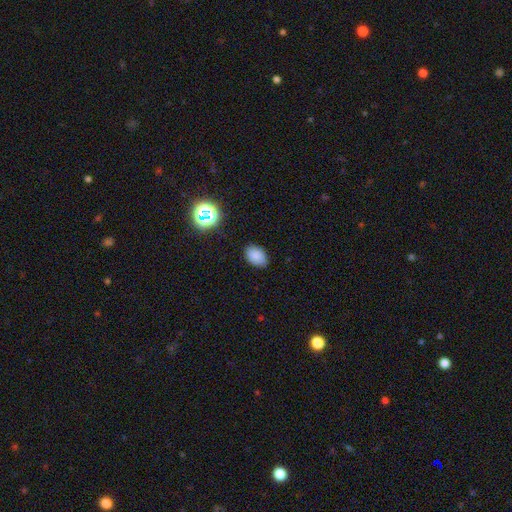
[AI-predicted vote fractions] A smooth galaxy with no disk features (83%) that is in between round and cigar-shaped (84%). Merging: none (85%).